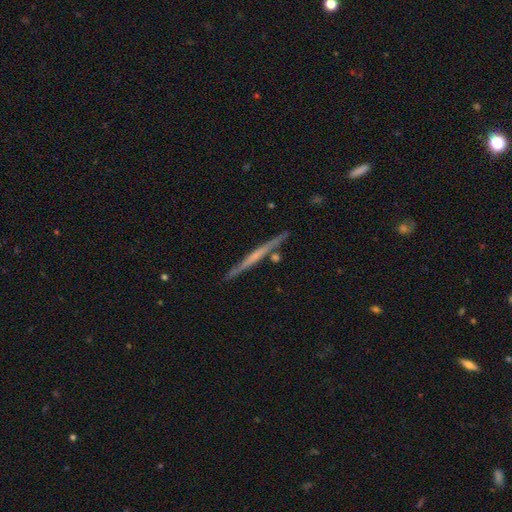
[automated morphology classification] featured or disk 61%, smooth 34%, star or artifact 6%. Down the decision tree: edge-on disk — yes (97%); edge-on bulge — none (80%); merging — none (87%).